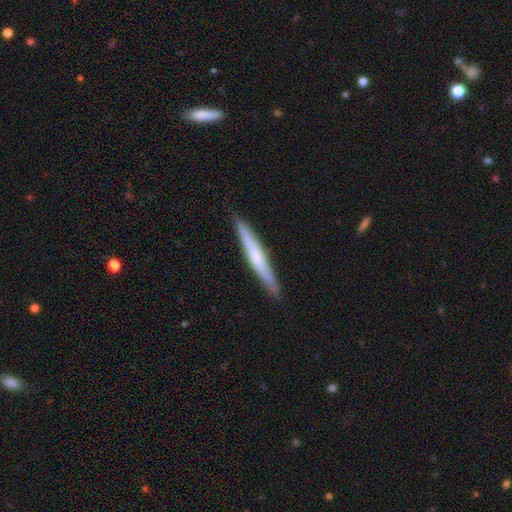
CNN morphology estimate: Overall: featured or disk (50%; smooth 44%). Edge-on disk: yes (94%). Merging: none (90%).